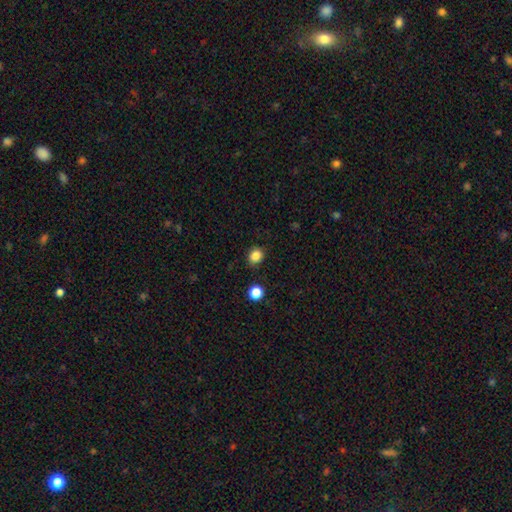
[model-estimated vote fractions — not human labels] Smooth or featured: smooth — 85% (star or artifact — 12%)
How rounded: round — 74% (in between — 25%)
Merging: none — 87% (minor disturbance — 9%)